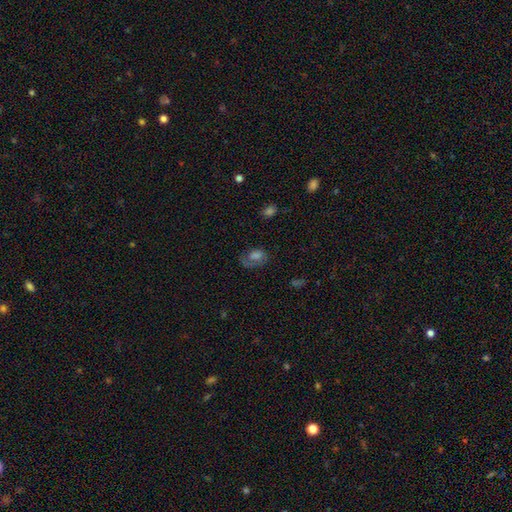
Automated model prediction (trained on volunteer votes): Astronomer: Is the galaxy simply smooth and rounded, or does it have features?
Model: featured or disk — 42% (runner-up: smooth, 38%).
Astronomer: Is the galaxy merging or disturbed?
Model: none — 53%.